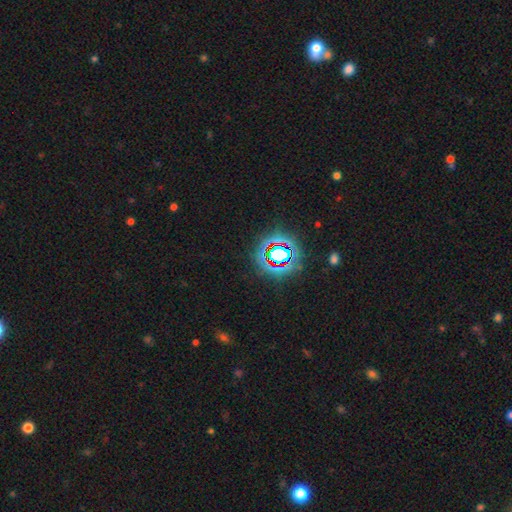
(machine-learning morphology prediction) A star or artifact, not a galaxy (75%).

Vote fractions:
- Smooth or featured? star or artifact: 75% / smooth: 14% / featured or disk: 10%